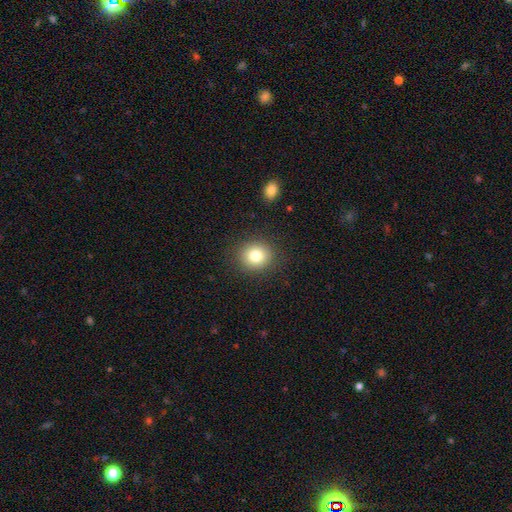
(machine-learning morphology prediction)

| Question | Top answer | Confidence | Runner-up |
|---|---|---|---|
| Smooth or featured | smooth | 80% | star or artifact (11%) |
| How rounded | round | 83% | in between (16%) |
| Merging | none | 89% | minor disturbance (7%) |